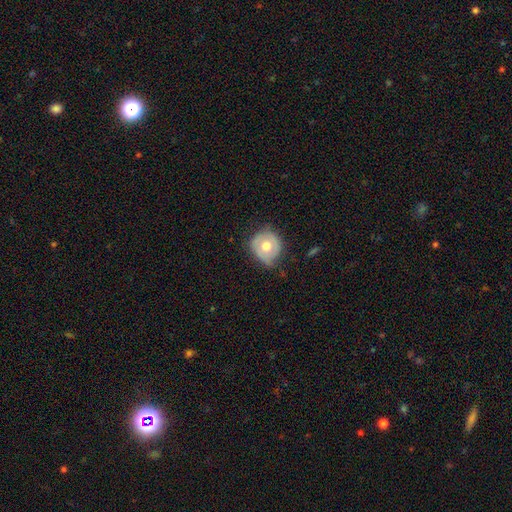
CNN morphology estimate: Q: Smooth or featured?
A: smooth (47%); runner-up: featured or disk (44%)
Q: Merging?
A: none (72%); runner-up: minor disturbance (21%)